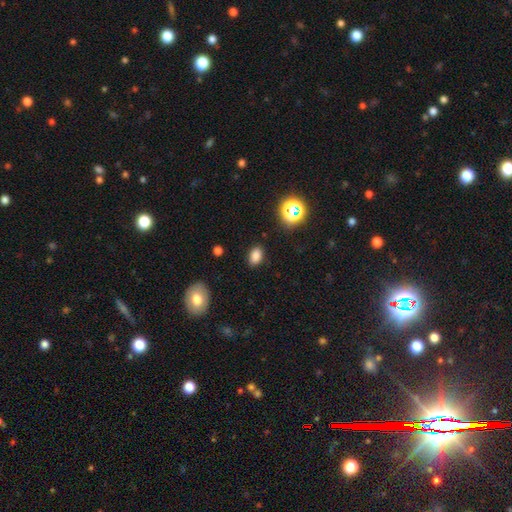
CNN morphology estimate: smooth 82%, star or artifact 14%, featured or disk 5%. Down the decision tree: how rounded — in between (83%); merging — none (86%).